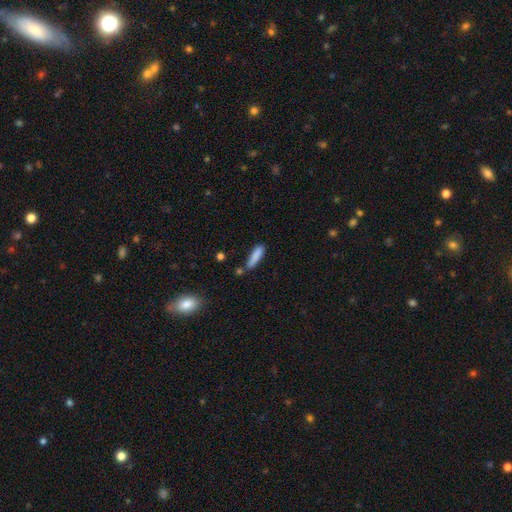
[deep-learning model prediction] smooth 84%, featured or disk 9%, star or artifact 7%. Down the decision tree: how rounded — cigar-shaped (77%); merging — none (66%).